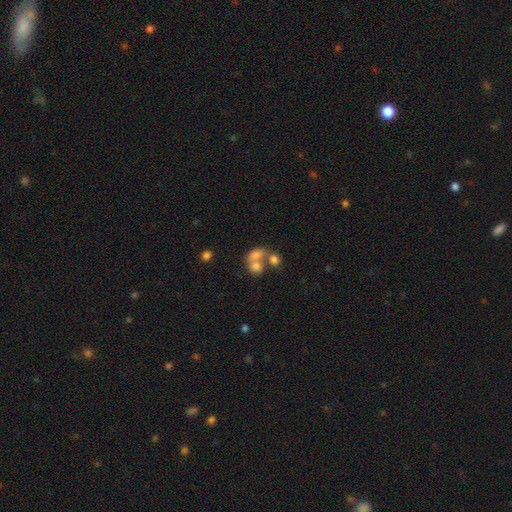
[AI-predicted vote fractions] Morphology: type=smooth (68%); roundness=in between (57%); merging=merger (62%).